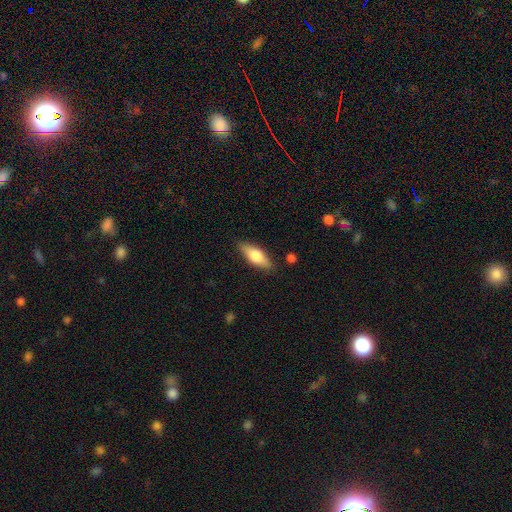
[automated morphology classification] smooth 66%, featured or disk 28%, star or artifact 6%. Down the decision tree: how rounded — in between (69%); merging — none (84%).